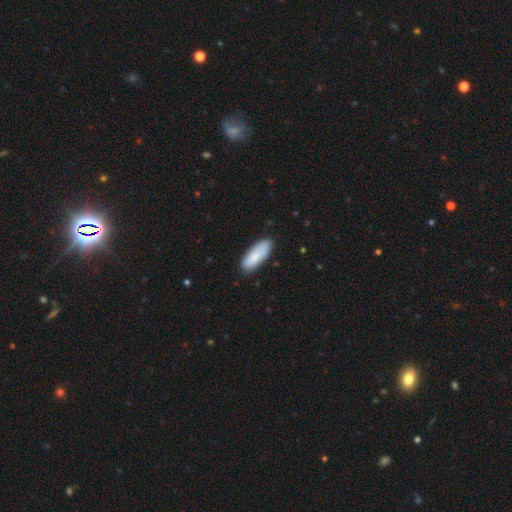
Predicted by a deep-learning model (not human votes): A smooth galaxy with no disk features (84%) that is in between round and cigar-shaped (72%). Merging: none (82%).